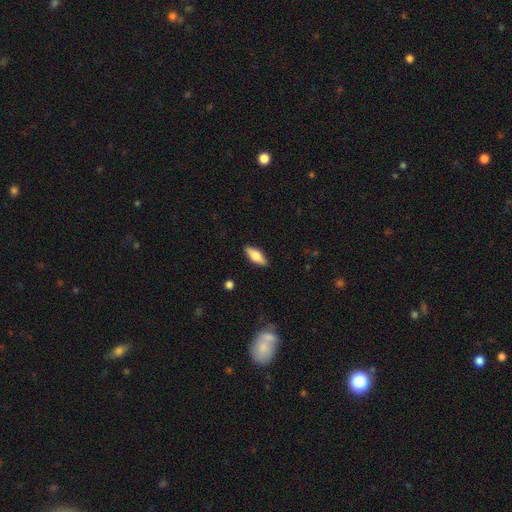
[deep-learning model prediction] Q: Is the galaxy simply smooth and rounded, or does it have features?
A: smooth — 64%.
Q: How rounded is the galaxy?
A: in between — 68%.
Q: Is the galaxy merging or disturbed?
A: none — 88%.